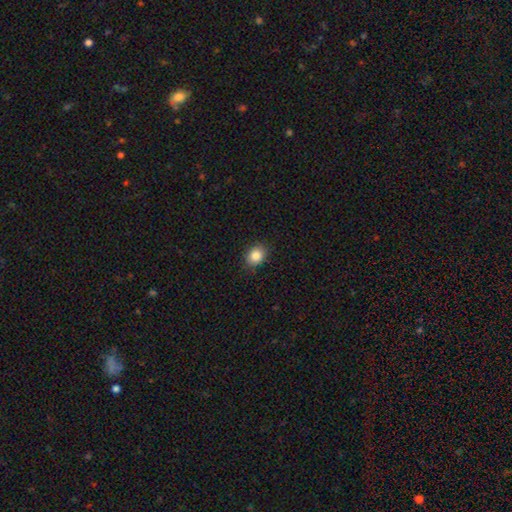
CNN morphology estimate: Q: Smooth or featured?
A: smooth (86%); runner-up: star or artifact (9%)
Q: How rounded?
A: in between (50%); tied with: round (50%)
Q: Merging?
A: none (86%); runner-up: minor disturbance (10%)